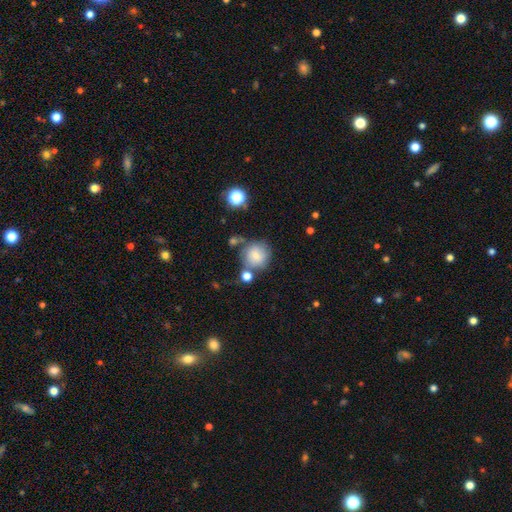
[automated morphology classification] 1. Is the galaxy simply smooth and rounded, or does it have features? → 74% smooth, 15% featured or disk, 10% star or artifact.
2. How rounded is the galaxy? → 89% round, 10% in between, 1% cigar-shaped.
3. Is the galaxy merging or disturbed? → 59% none, 18% minor disturbance, 16% merger, 7% major disturbance.